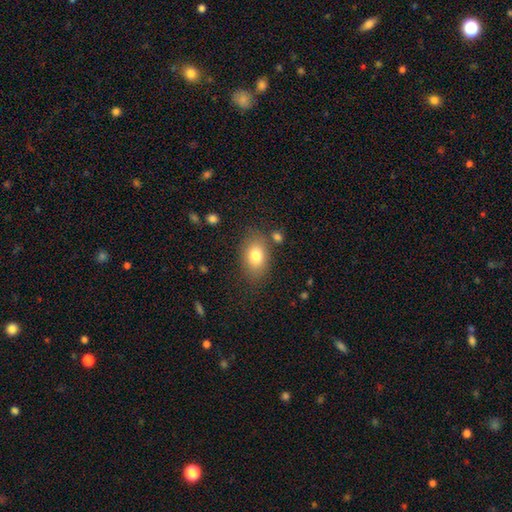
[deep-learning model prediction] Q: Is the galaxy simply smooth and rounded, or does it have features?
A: smooth — 79%.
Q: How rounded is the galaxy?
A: in between — 83%.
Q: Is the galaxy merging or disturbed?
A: none — 77%.